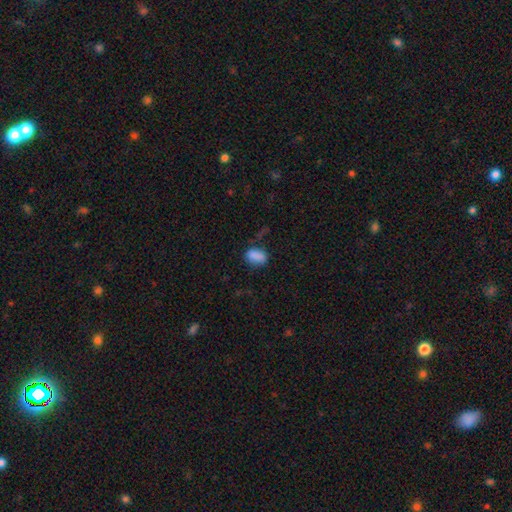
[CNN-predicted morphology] A smooth galaxy with no disk features (85%) that is in between round and cigar-shaped (85%).

Vote fractions:
- Smooth or featured? smooth: 85% / star or artifact: 10% / featured or disk: 6%
- How rounded? in between: 85% / round: 11% / cigar-shaped: 4%
- Merging? none: 66% / minor disturbance: 22% / major disturbance: 8% / merger: 4%